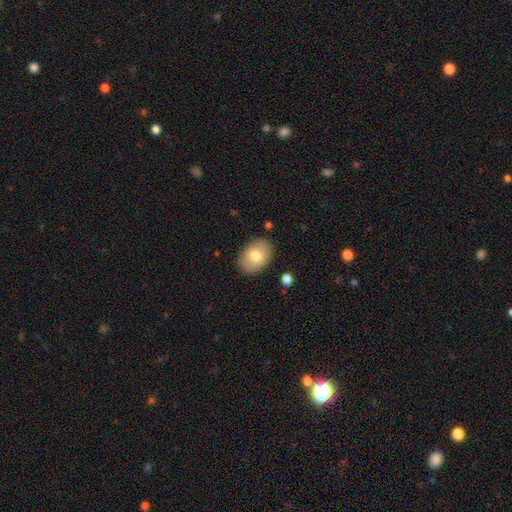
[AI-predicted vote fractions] The model was most divided on "smooth or featured": smooth: 75%, featured or disk: 19%, star or artifact: 7%. More confident: merging — none (86%); how rounded — in between (80%).